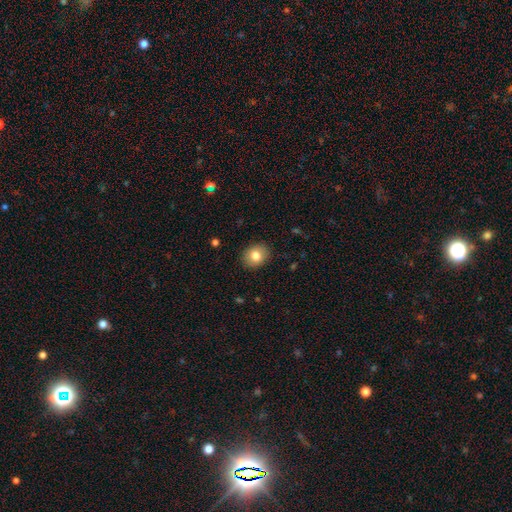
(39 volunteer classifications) Smooth or featured? smooth (77%)
How rounded? in between (83%)
Merging? none (91%)